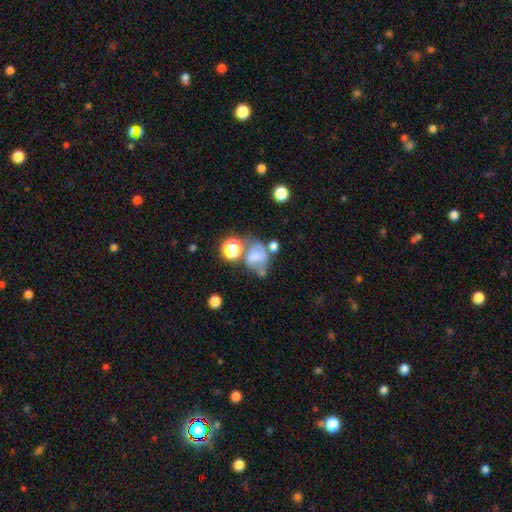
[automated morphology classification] Q: Smooth or featured?
A: smooth (44%); runner-up: featured or disk (41%)
Q: Merging?
A: none (34%); runner-up: merger (23%)